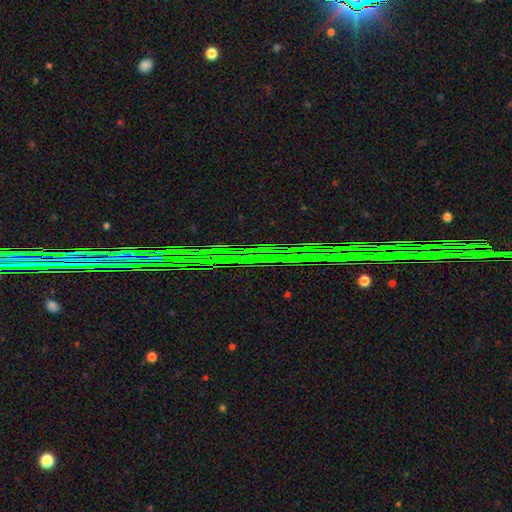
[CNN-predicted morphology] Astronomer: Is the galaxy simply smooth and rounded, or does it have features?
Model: star or artifact — 86%.